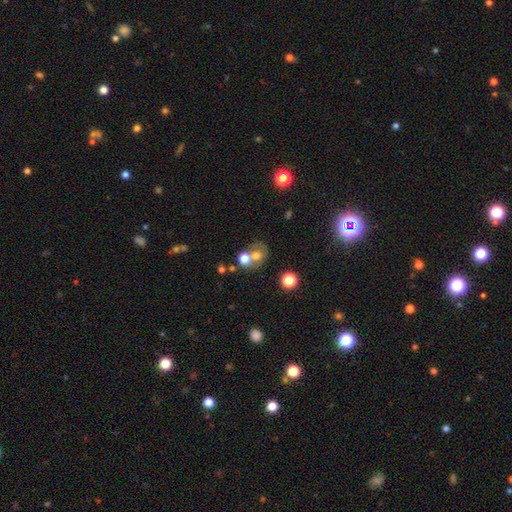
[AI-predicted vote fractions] Smooth or featured: smooth — 53% (featured or disk — 32%)
How rounded: round — 64% (in between — 35%)
Merging: merger — 42% (none — 39%)